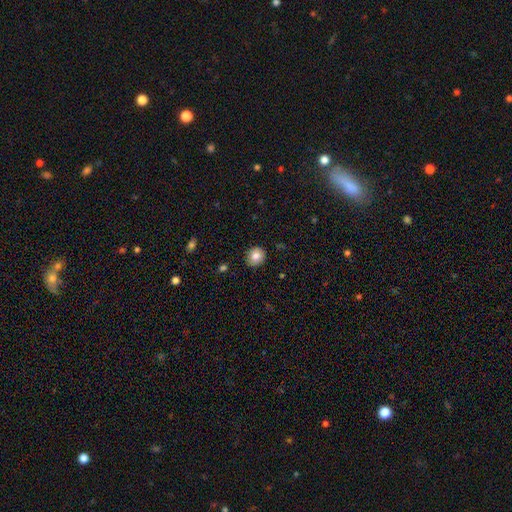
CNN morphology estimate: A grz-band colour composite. It shows a smooth galaxy with no disk features (82%) that is round (82%). Merging: none (87%).